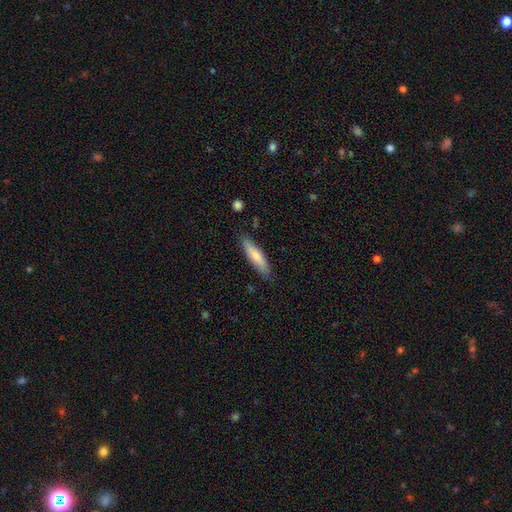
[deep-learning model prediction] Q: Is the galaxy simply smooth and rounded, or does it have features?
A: smooth — 75%.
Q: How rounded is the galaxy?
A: cigar-shaped — 74%.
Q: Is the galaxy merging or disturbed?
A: none — 83%.